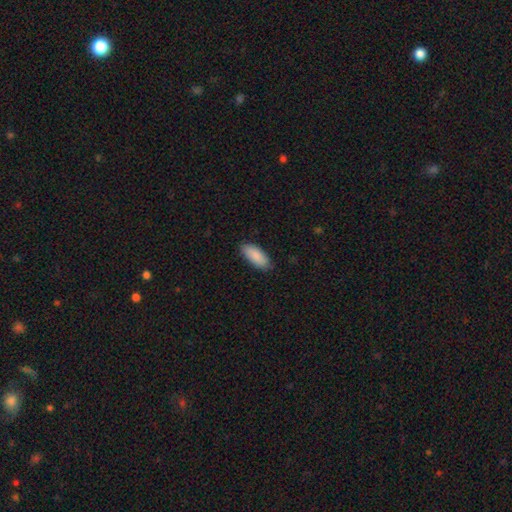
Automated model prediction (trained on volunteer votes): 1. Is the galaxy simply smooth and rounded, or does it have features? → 89% smooth, 6% featured or disk, 6% star or artifact.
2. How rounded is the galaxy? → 87% in between, 12% cigar-shaped, 2% round.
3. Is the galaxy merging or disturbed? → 84% none, 13% minor disturbance, 2% major disturbance, 1% merger.